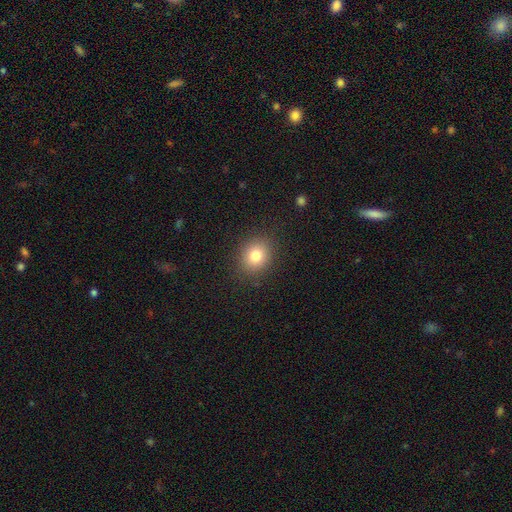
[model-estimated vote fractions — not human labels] A smooth galaxy with no disk features (80%) that is round (63%).

Vote fractions:
- Smooth or featured? smooth: 80% / star or artifact: 12% / featured or disk: 8%
- How rounded? round: 63% / in between: 36% / cigar-shaped: 1%
- Merging? none: 88% / minor disturbance: 8% / major disturbance: 3% / merger: 1%